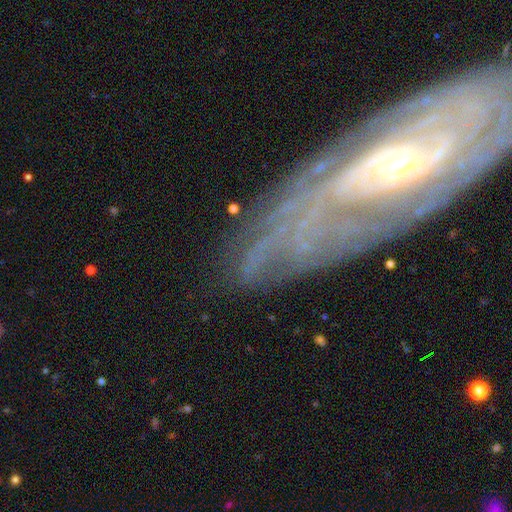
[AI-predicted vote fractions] Morphology: type=featured or disk (65%); edge-on=no (85%); bar=no (53%); spiral arms=yes (80%); bulge=small (48%); merging=none (70%).